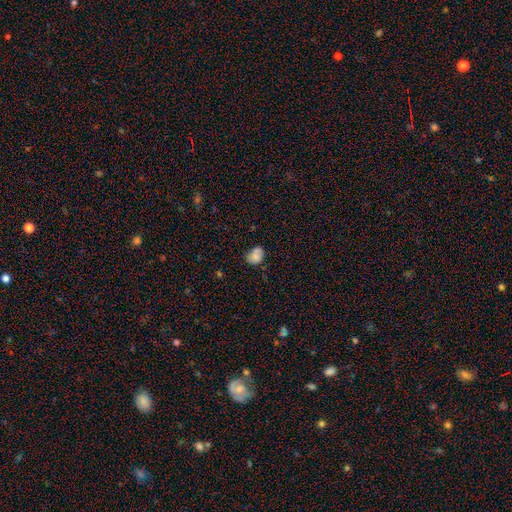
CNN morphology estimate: This appears to be a smooth galaxy with no disk features (74%) that is in between round and cigar-shaped (53%). Merging: none (48%).